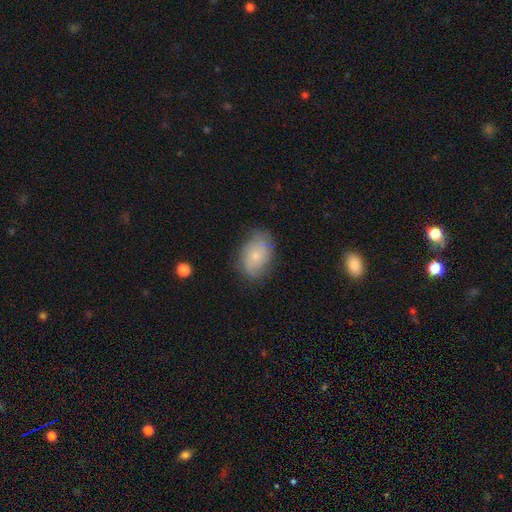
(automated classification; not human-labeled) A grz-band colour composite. It shows a smooth galaxy with no disk features (55%) that is in between round and cigar-shaped (82%). Merging: none (69%).